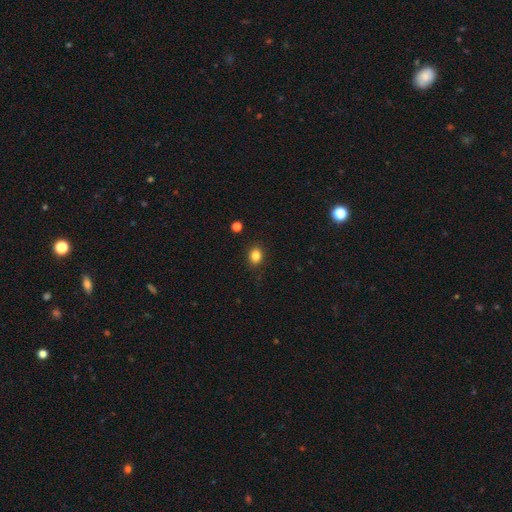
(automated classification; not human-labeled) Smooth or featured: smooth — 84% (star or artifact — 11%)
How rounded: round — 51% (in between — 48%)
Merging: none — 87% (minor disturbance — 9%)